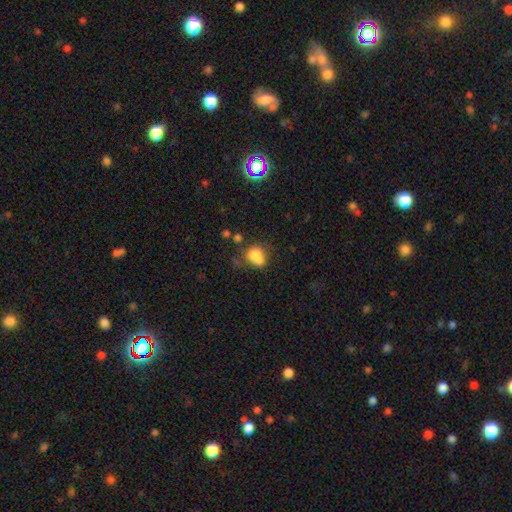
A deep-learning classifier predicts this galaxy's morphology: Overall: smooth (72%). How rounded: in between (51%; round 47%). Merging: merger (43%; none 30%).